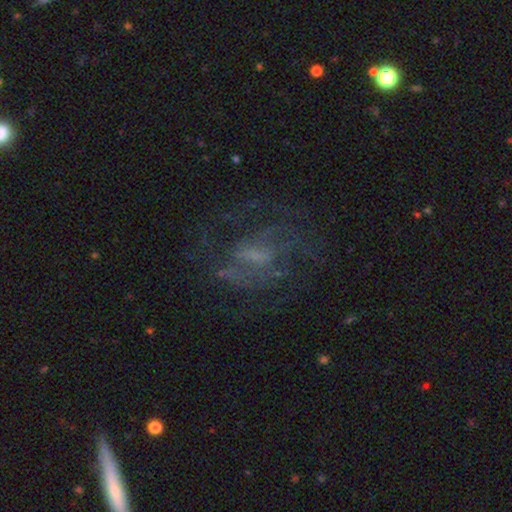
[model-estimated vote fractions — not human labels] Smooth or featured: featured or disk — 67% (smooth — 19%)
Edge-on disk: no — 96% (yes — 4%)
Bar: weak — 46% (no — 39%)
Spiral arms: yes — 67% (no — 33%)
Bulge size: small — 38% (none — 32%)
Merging: none — 53% (major disturbance — 28%)